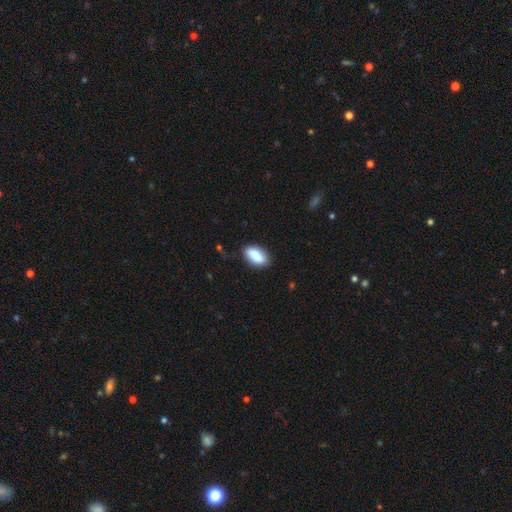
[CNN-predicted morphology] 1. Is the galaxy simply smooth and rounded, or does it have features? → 85% smooth, 8% featured or disk, 7% star or artifact.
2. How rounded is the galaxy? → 91% in between, 5% cigar-shaped, 4% round.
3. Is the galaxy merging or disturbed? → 78% none, 17% minor disturbance, 4% major disturbance, 2% merger.